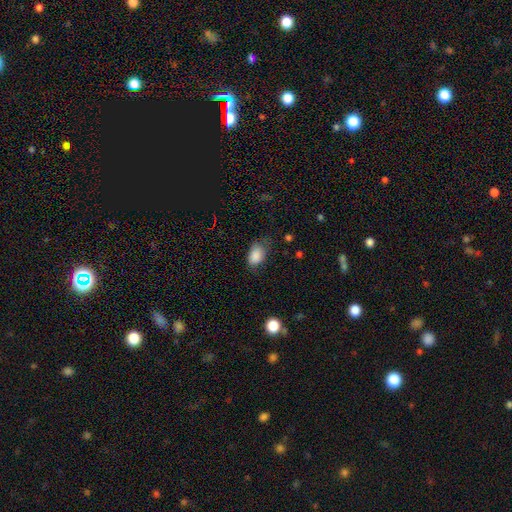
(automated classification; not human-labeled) smooth-or-featured: smooth: 87% | star or artifact: 8% | featured or disk: 5%
  how-rounded: in between: 87% | round: 12% | cigar-shaped: 1%
  merging: none: 57% | minor disturbance: 32% | major disturbance: 10% | merger: 2%